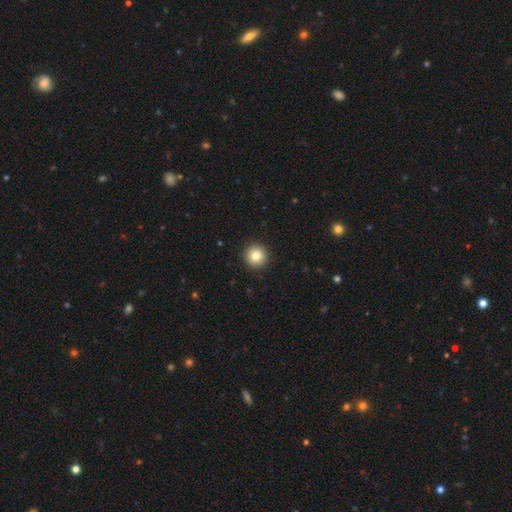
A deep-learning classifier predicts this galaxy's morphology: smooth 81%, star or artifact 10%, featured or disk 9%. Down the decision tree: how rounded — round (96%); merging — none (93%).